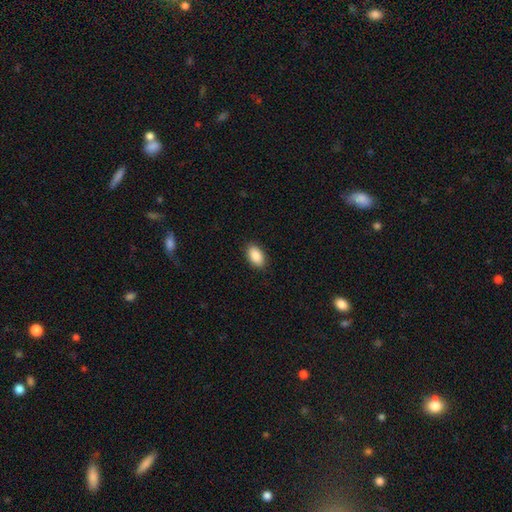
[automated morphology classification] smooth-or-featured: smooth: 89% | star or artifact: 7% | featured or disk: 4%
  how-rounded: in between: 93% | round: 5% | cigar-shaped: 2%
  merging: none: 89% | minor disturbance: 8% | major disturbance: 2% | merger: 1%